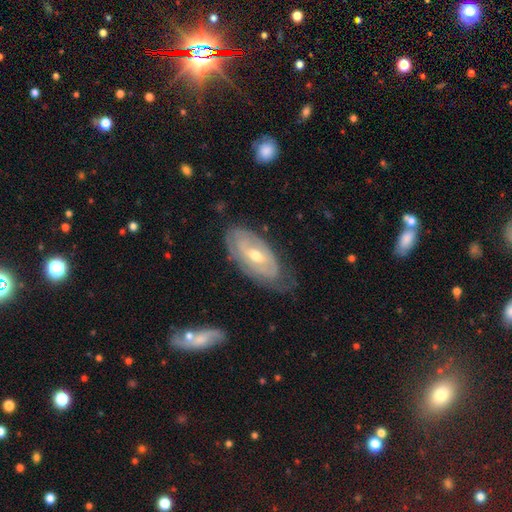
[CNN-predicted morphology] featured or disk 71%, smooth 23%, star or artifact 6%. Down the decision tree: edge-on disk — no (90%); bar — no (48%); spiral arms — yes (70%); bulge size — moderate (63%); merging — none (61%).